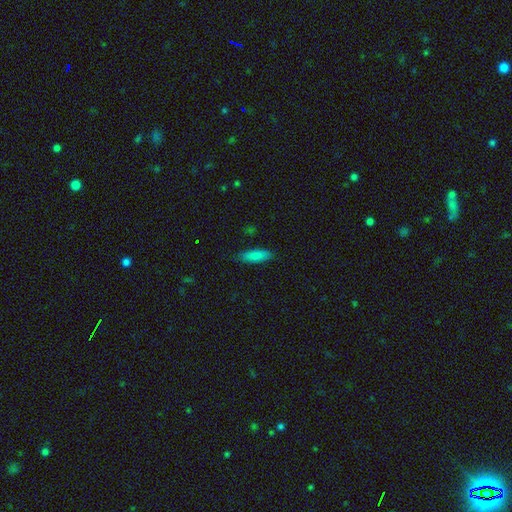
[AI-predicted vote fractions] A smooth galaxy with no disk features (85%) that is in between round and cigar-shaped (50%). Merging: none (84%).